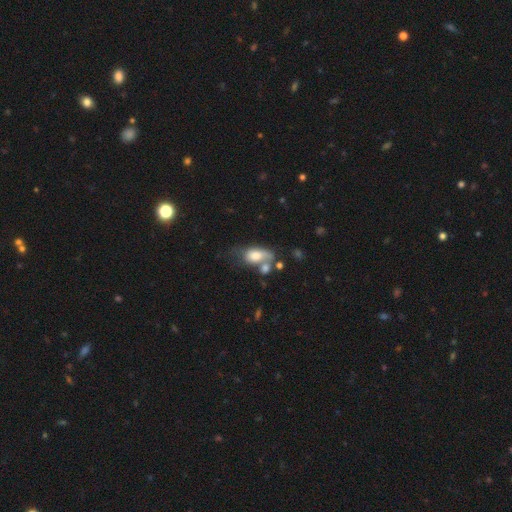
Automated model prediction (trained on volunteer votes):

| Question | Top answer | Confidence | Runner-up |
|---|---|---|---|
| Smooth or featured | smooth | 69% | featured or disk (23%) |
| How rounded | in between | 85% | round (11%) |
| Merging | merger | 37% | none (23%) |